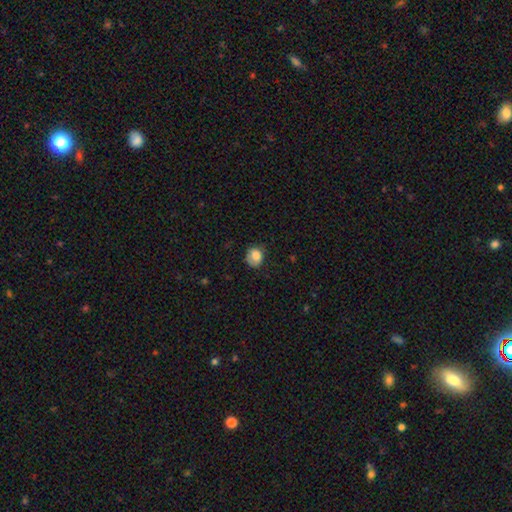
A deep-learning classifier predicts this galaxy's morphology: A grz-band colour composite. It shows a smooth galaxy with no disk features (79%) that is round (64%). Merging: none (60%).